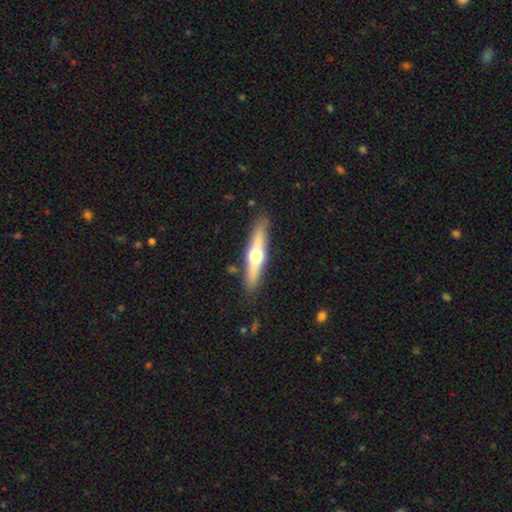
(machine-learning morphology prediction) Overall: featured or disk (61%; smooth 34%). Edge-on disk: yes (94%). Edge-on bulge: rounded (95%). Merging: none (87%).